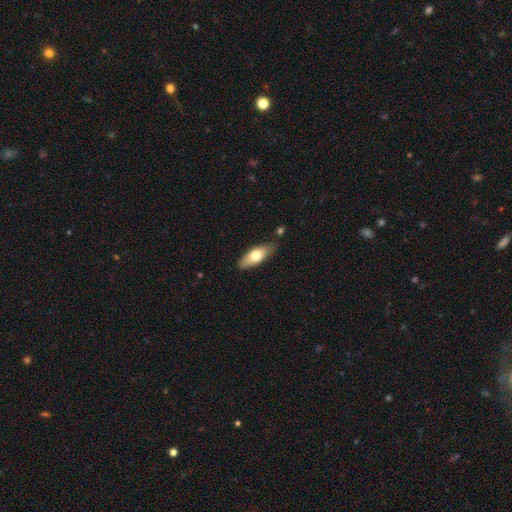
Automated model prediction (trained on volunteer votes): Overall: smooth (70%). How rounded: in between (74%). Merging: none (76%).